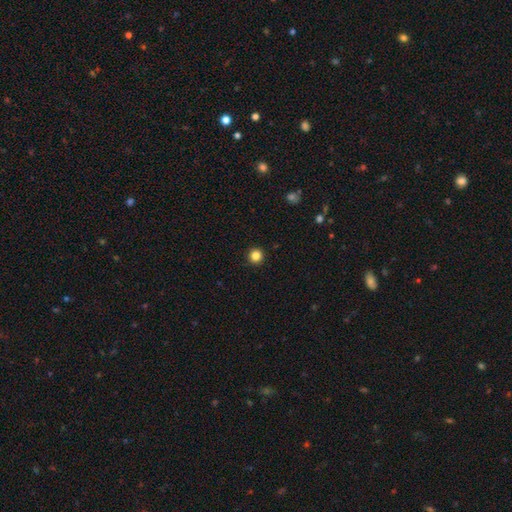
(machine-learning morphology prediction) A smooth galaxy with no disk features (84%) that is round (96%). Merging: none (94%).